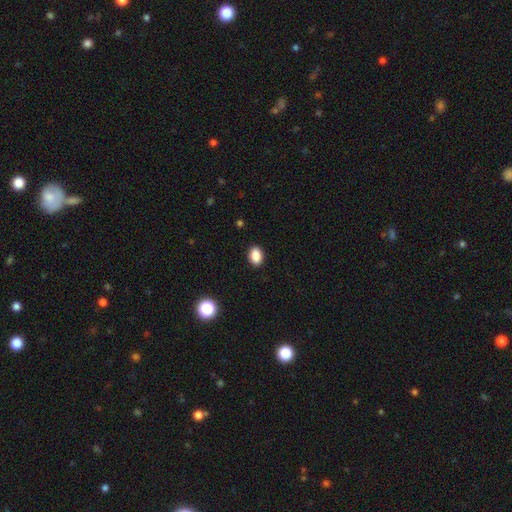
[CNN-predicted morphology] smooth_or_featured: smooth (p=0.87) [alt: star or artifact p=0.09]
how_rounded: in between (p=0.77) [alt: round p=0.22]
merging: none (p=0.90) [alt: minor disturbance p=0.07]